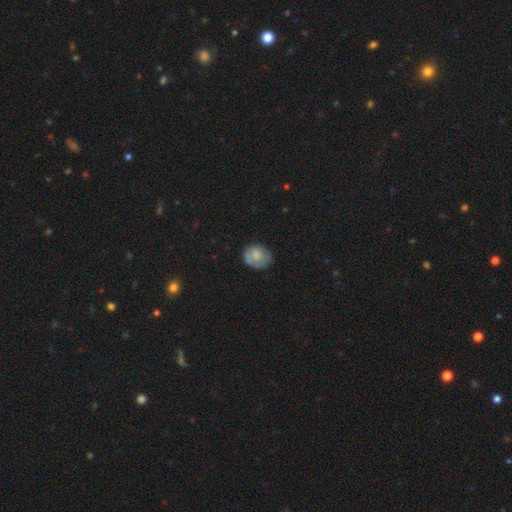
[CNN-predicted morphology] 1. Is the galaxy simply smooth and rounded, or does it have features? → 71% smooth, 21% featured or disk, 8% star or artifact.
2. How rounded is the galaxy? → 61% round, 38% in between, 1% cigar-shaped.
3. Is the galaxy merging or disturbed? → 65% none, 26% minor disturbance, 8% major disturbance, 2% merger.